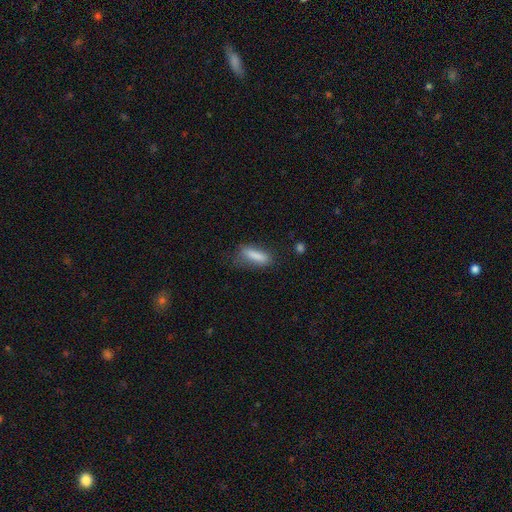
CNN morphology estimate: Q: Smooth or featured?
A: smooth (81%); runner-up: featured or disk (10%)
Q: How rounded?
A: cigar-shaped (55%); runner-up: in between (43%)
Q: Merging?
A: none (60%); runner-up: minor disturbance (25%)